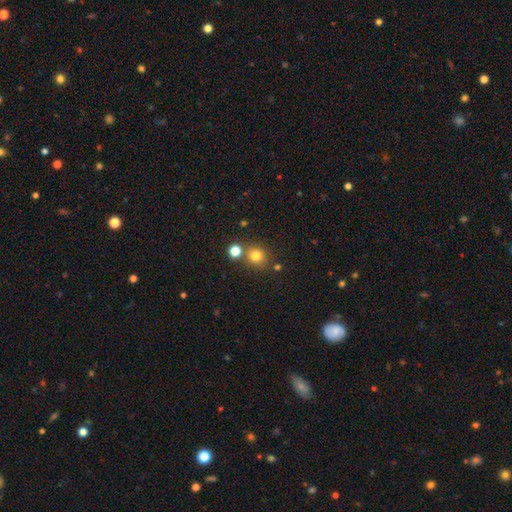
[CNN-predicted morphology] The model was most divided on "merging": none: 75%, merger: 14%, minor disturbance: 8%, major disturbance: 3%. More confident: how rounded — round (88%); smooth or featured — smooth (77%).